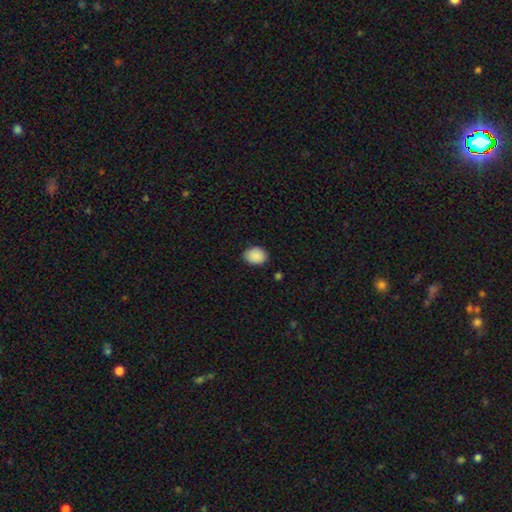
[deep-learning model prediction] Smooth or featured: smooth — 90% (star or artifact — 8%)
How rounded: in between — 57% (round — 42%)
Merging: none — 85% (minor disturbance — 11%)